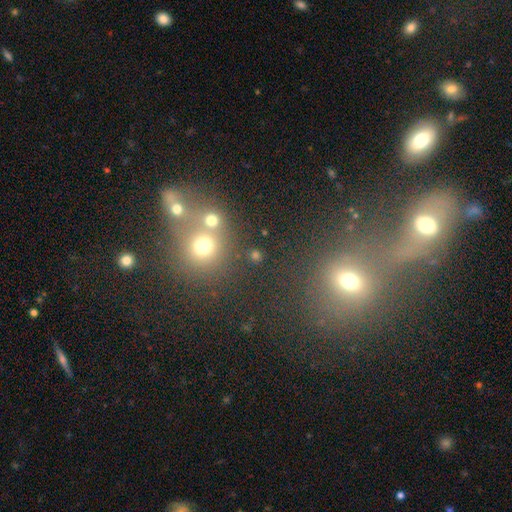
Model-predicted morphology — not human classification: smooth 64%, star or artifact 26%, featured or disk 10%. Down the decision tree: how rounded — round (82%); merging — none (63%).